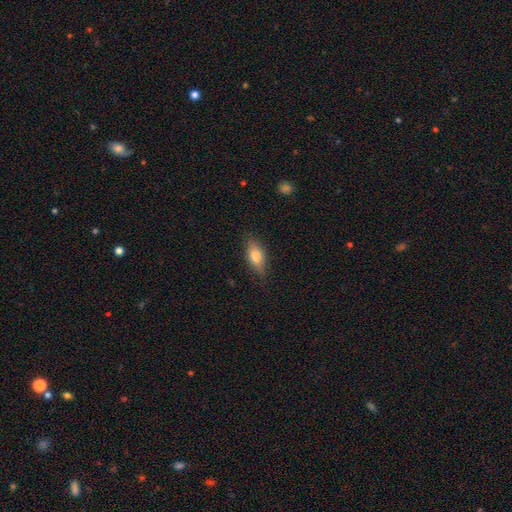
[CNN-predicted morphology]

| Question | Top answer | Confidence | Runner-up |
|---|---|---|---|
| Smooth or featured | smooth | 74% | featured or disk (19%) |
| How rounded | in between | 82% | cigar-shaped (13%) |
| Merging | none | 81% | minor disturbance (15%) |